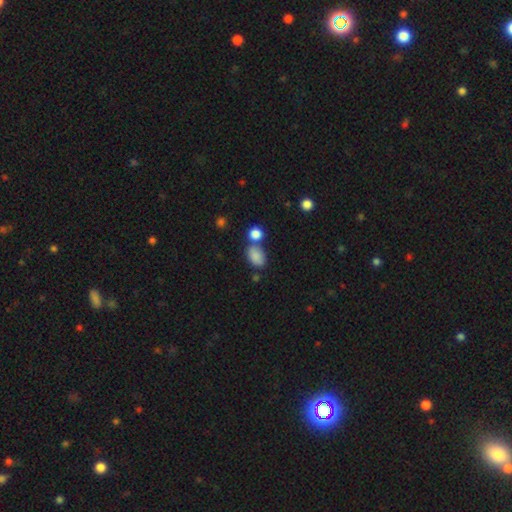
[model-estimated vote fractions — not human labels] A smooth galaxy with no disk features (85%) that is in between round and cigar-shaped (84%). Merging: none (55%).